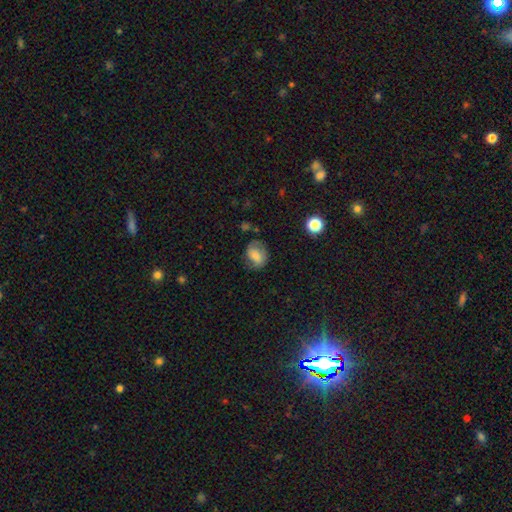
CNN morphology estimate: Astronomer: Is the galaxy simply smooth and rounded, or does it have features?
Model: smooth — 62%.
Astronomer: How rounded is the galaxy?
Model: in between — 56% (runner-up: round, 42%).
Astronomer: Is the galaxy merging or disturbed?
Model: none — 59%.